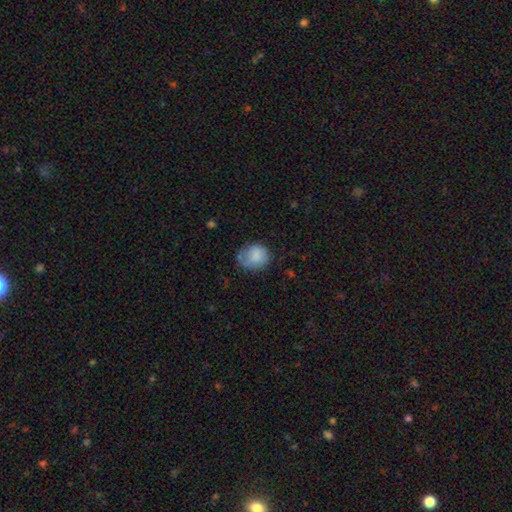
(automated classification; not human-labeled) Smooth or featured? smooth (77%)
How rounded? round (74%)
Merging? none (54%)